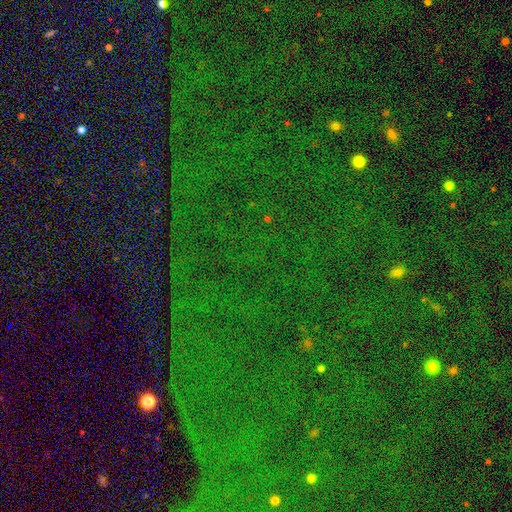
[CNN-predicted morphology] smooth-or-featured: star or artifact: 82% | smooth: 10% | featured or disk: 8%